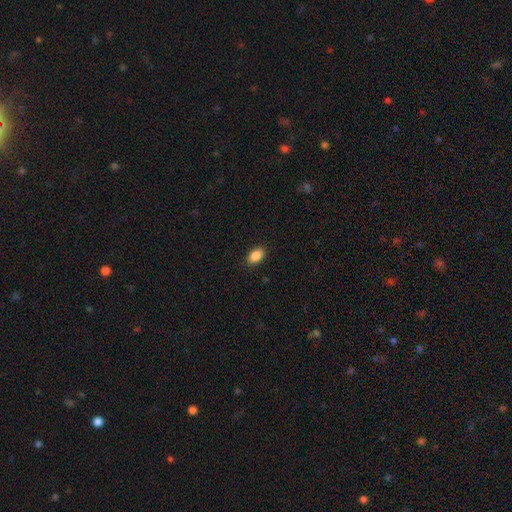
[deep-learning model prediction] Smooth or featured?
  - smooth: 89% *
  - star or artifact: 8%
  - featured or disk: 4%
How rounded?
  - in between: 90% *
  - round: 9%
  - cigar-shaped: 2%
Merging?
  - none: 89% *
  - minor disturbance: 8%
  - major disturbance: 2%
  - merger: 1%